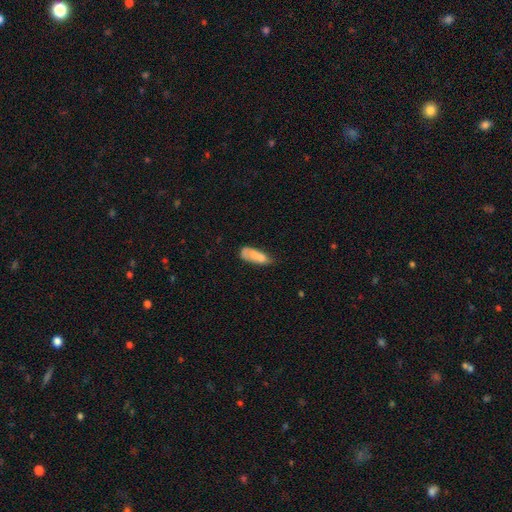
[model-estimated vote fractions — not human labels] Overall: smooth (63%; featured or disk 29%). How rounded: in between (73%). Merging: none (32%; merger 27%).